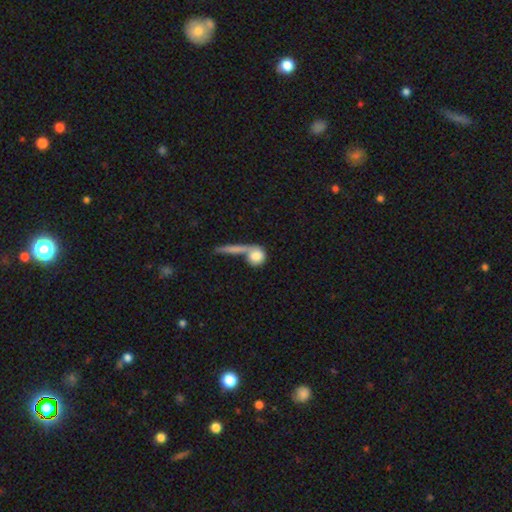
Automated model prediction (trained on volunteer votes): Smooth or featured?
  - smooth: 76% *
  - featured or disk: 16%
  - star or artifact: 7%
How rounded?
  - round: 79% *
  - in between: 14%
  - cigar-shaped: 7%
Merging?
  - none: 43% *
  - merger: 33%
  - major disturbance: 12%
  - minor disturbance: 12%